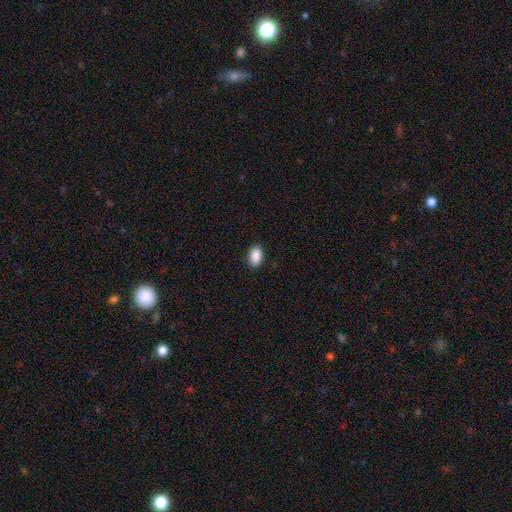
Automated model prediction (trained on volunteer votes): A smooth galaxy with no disk features (90%) that is in between round and cigar-shaped (93%).

Vote fractions:
- Smooth or featured? smooth: 90% / star or artifact: 7% / featured or disk: 3%
- How rounded? in between: 93% / round: 5% / cigar-shaped: 2%
- Merging? none: 89% / minor disturbance: 8% / major disturbance: 2% / merger: 1%